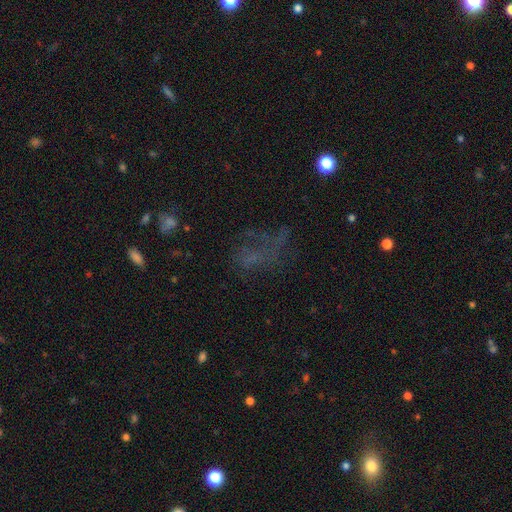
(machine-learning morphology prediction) This is marginally a smooth galaxy (35%). Merging: marginally none (39%, tied with major disturbance).